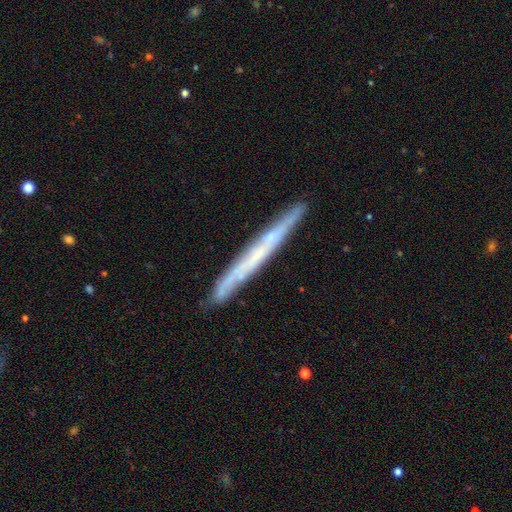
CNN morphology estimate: Q: Smooth or featured?
A: featured or disk (64%); runner-up: smooth (29%)
Q: Edge-on disk?
A: yes (91%); runner-up: no (9%)
Q: Edge-on bulge?
A: none (77%); runner-up: rounded (18%)
Q: Merging?
A: none (87%); runner-up: minor disturbance (10%)